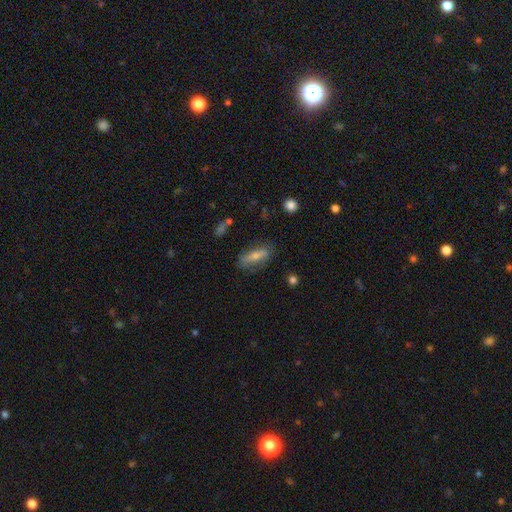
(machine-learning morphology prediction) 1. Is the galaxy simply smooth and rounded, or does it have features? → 58% smooth, 35% featured or disk, 7% star or artifact.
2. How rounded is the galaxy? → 55% in between, 42% cigar-shaped, 3% round.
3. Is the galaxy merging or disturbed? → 72% none, 19% minor disturbance, 6% major disturbance, 2% merger.